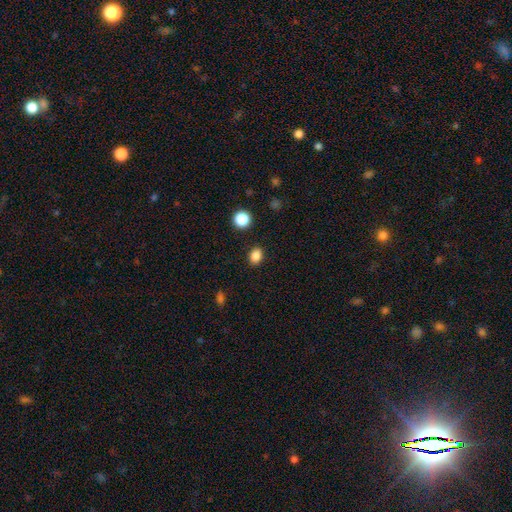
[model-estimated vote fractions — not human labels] Morphology: type=smooth (85%); roundness=in between (55%); merging=none (88%).